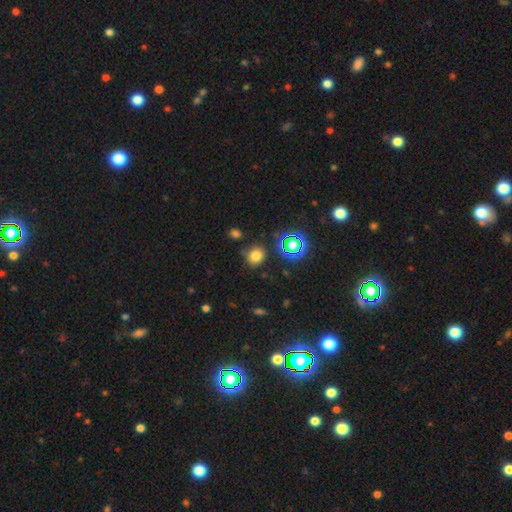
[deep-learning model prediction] Overall: smooth (74%). How rounded: round (82%). Merging: none (78%).